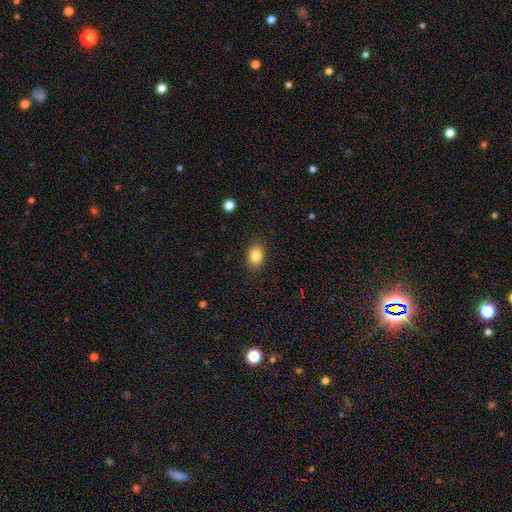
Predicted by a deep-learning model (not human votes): A smooth galaxy with no disk features (83%) that is in between round and cigar-shaped (72%). Merging: none (86%).